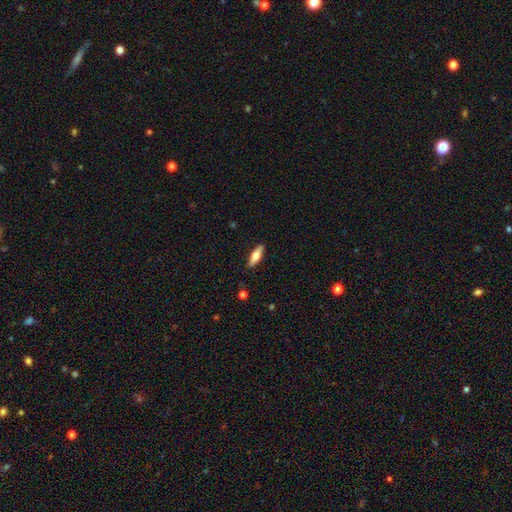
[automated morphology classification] type=smooth (58%); roundness=cigar-shaped (56%); merging=none (89%).